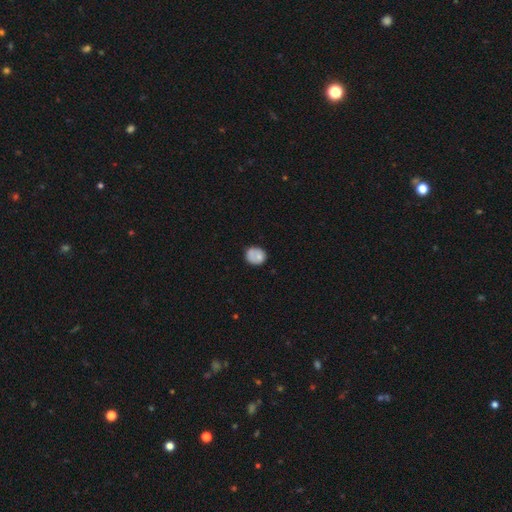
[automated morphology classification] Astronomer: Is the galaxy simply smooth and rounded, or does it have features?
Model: smooth — 72%.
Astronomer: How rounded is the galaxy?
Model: round — 67%.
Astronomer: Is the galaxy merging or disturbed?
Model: none — 58%.